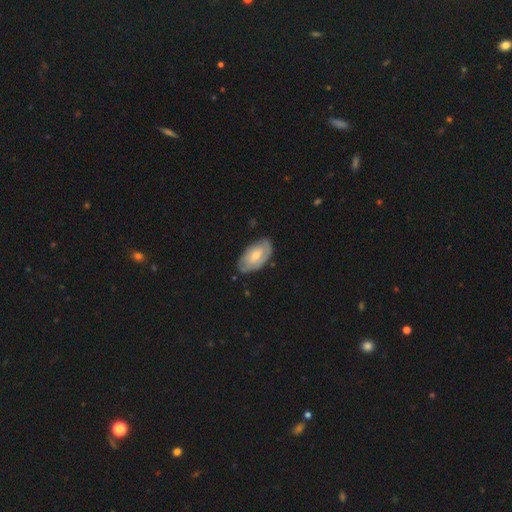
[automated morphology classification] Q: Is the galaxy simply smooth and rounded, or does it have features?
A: featured or disk — 51%.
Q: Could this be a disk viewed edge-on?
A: no — 91%.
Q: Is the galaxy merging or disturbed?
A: none — 75%.